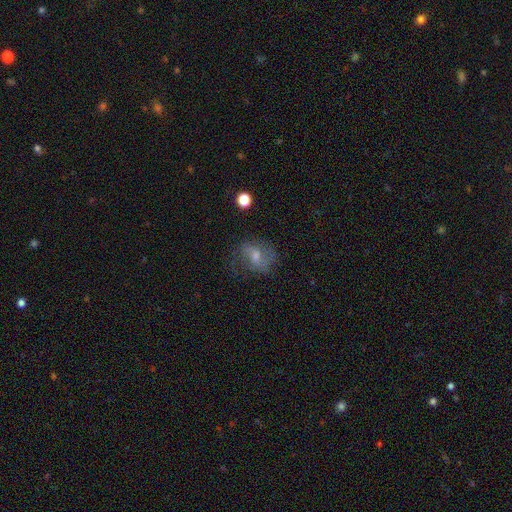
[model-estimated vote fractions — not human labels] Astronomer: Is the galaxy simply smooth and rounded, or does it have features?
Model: featured or disk — 54% (runner-up: smooth, 35%).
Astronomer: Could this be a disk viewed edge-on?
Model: no — 96%.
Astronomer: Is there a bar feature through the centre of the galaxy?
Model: weak — 48% (runner-up: no, 39%).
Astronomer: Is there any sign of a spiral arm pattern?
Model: yes — 78%.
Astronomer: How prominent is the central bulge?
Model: moderate — 50% (runner-up: small, 36%).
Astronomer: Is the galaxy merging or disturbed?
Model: none — 60%.